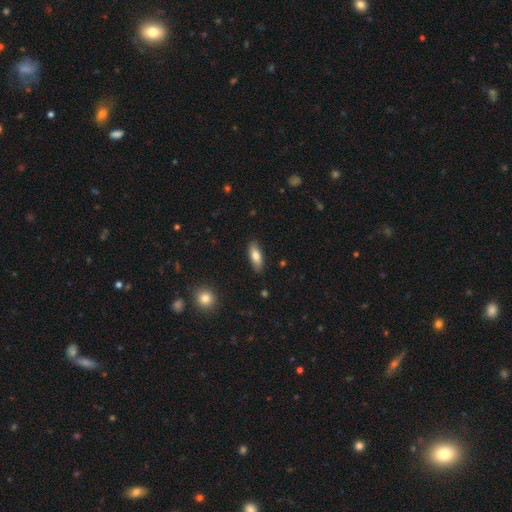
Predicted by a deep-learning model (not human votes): A smooth galaxy with no disk features (80%) that is in between round and cigar-shaped (75%). Merging: none (86%).